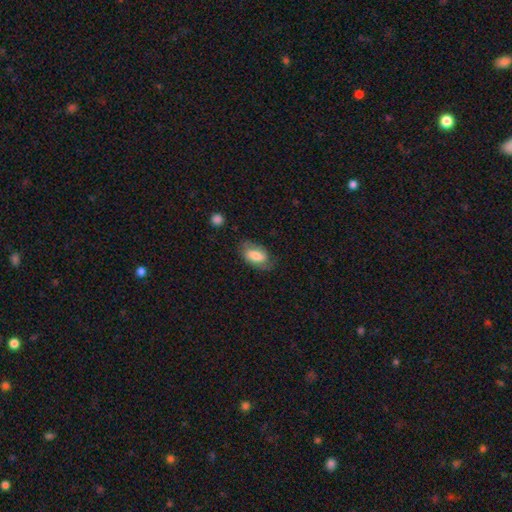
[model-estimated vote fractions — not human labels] Q: Smooth or featured?
A: smooth (63%); runner-up: featured or disk (30%)
Q: How rounded?
A: in between (90%); runner-up: round (7%)
Q: Merging?
A: none (67%); runner-up: minor disturbance (23%)